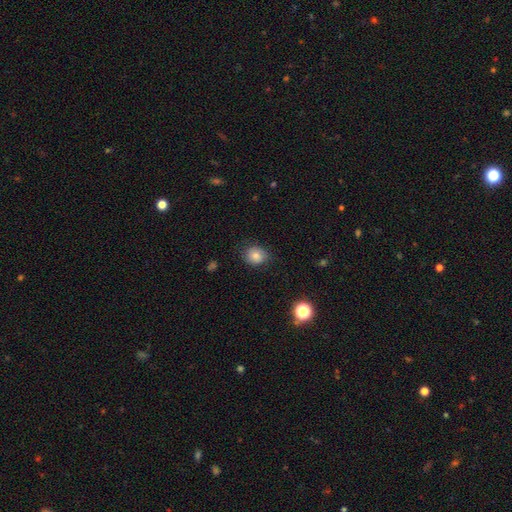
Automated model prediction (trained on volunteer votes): A smooth galaxy with no disk features (80%) that is round (69%).

Vote fractions:
- Smooth or featured? smooth: 80% / star or artifact: 10% / featured or disk: 10%
- How rounded? round: 69% / in between: 30% / cigar-shaped: 1%
- Merging? none: 78% / minor disturbance: 17% / major disturbance: 4% / merger: 1%